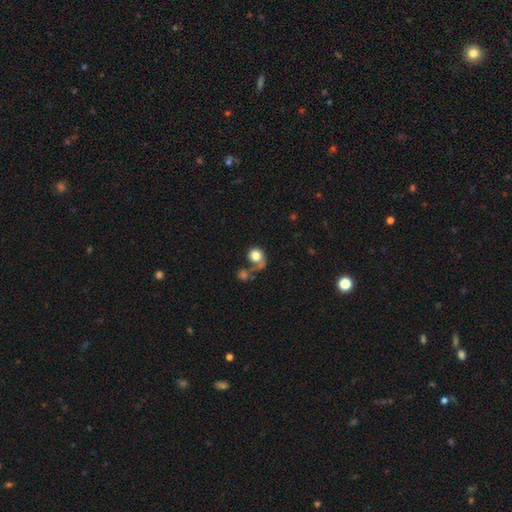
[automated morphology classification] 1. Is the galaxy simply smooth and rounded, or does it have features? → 75% smooth, 17% featured or disk, 8% star or artifact.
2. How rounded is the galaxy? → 74% round, 25% in between, 1% cigar-shaped.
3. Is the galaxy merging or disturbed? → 32% none, 27% merger, 25% major disturbance, 16% minor disturbance.